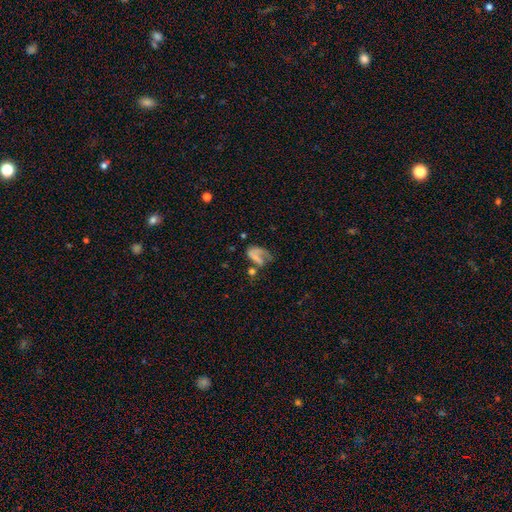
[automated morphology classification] smooth-or-featured: featured or disk: 45% | smooth: 41% | star or artifact: 14%
  merging: major disturbance: 40% | none: 26% | merger: 18% | minor disturbance: 16%